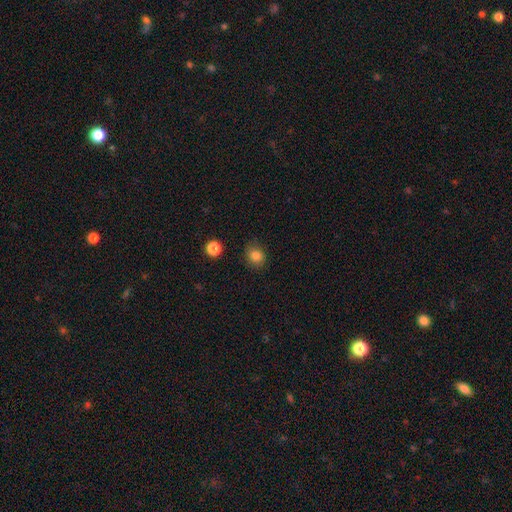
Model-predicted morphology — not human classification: This appears to be a smooth galaxy with no disk features (83%) that is round (67%). Merging: none (81%).